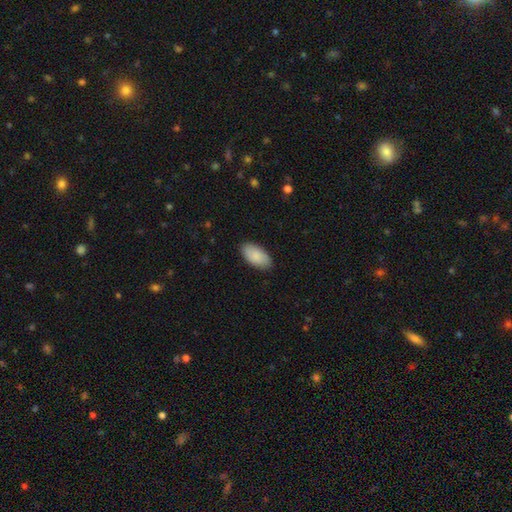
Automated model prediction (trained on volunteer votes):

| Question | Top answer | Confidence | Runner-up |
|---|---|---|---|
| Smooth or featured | smooth | 87% | featured or disk (8%) |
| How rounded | in between | 95% | cigar-shaped (2%) |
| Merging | none | 87% | minor disturbance (10%) |